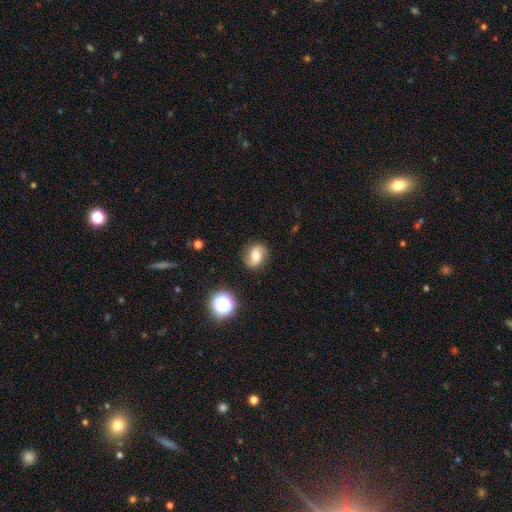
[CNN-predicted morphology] smooth-or-featured: featured or disk: 49% | smooth: 39% | star or artifact: 12%
  merging: none: 82% | minor disturbance: 13% | major disturbance: 4% | merger: 2%